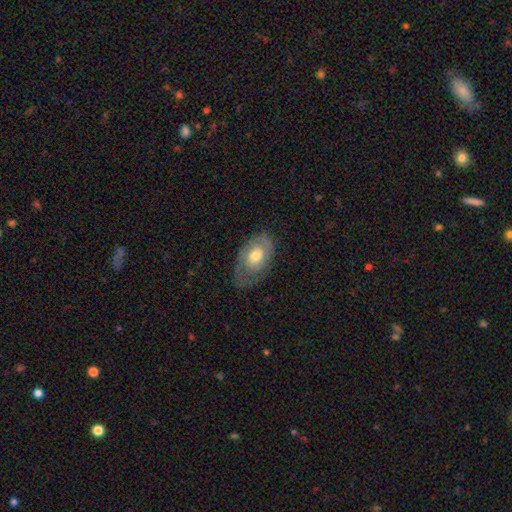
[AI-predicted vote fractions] smooth 51%, featured or disk 43%, star or artifact 6%. Down the decision tree: how rounded — in between (88%); merging — none (51%).